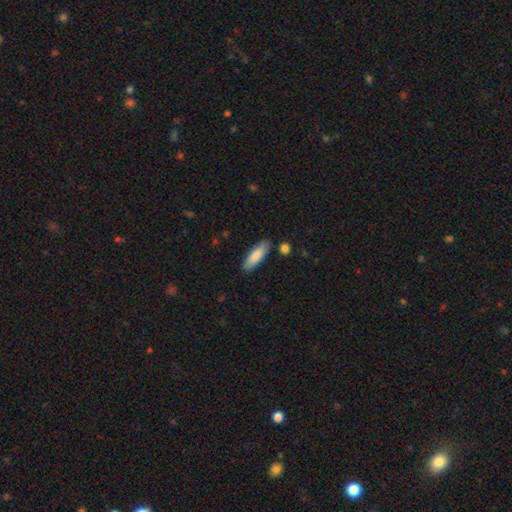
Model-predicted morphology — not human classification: type=smooth (83%); roundness=in between (52%); merging=none (85%).